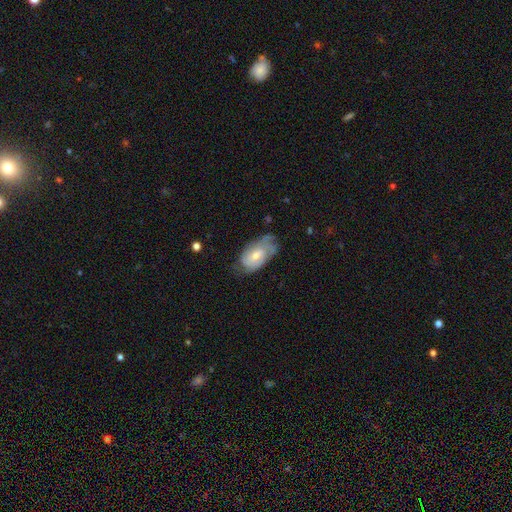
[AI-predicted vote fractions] The model was most divided on "bulge size": moderate: 55%, small: 39%, large: 3%, none: 2%, dominant: 1%. More confident: edge-on disk — no (94%); spiral arms — yes (81%); smooth or featured — featured or disk (61%); bar — no (56%); merging — none (54%).